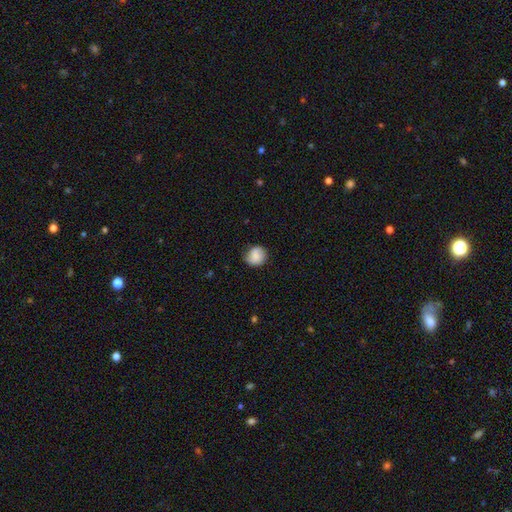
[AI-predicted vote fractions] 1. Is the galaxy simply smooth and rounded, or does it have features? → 80% smooth, 13% featured or disk, 8% star or artifact.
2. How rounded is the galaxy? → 80% round, 19% in between, 1% cigar-shaped.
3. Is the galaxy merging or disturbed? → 75% none, 20% minor disturbance, 4% major disturbance, 1% merger.